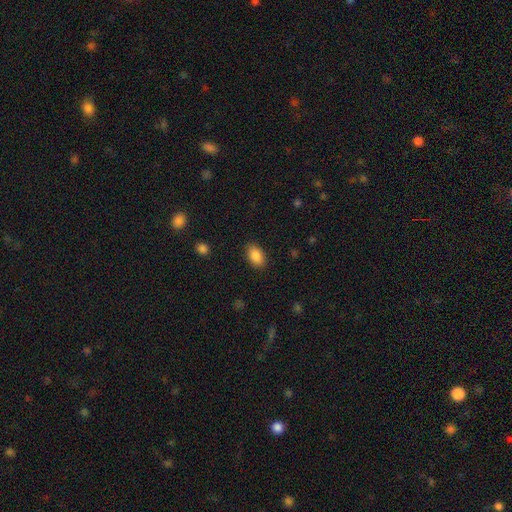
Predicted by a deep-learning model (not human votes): Smooth or featured?
  - smooth: 88% *
  - star or artifact: 8%
  - featured or disk: 4%
How rounded?
  - in between: 89% *
  - round: 9%
  - cigar-shaped: 1%
Merging?
  - none: 87% *
  - minor disturbance: 9%
  - major disturbance: 3%
  - merger: 1%